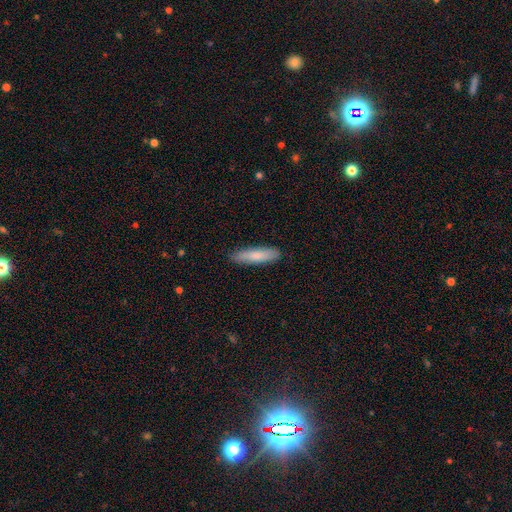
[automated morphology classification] Q: Smooth or featured?
A: smooth (80%); runner-up: featured or disk (15%)
Q: How rounded?
A: cigar-shaped (73%); runner-up: in between (25%)
Q: Merging?
A: none (87%); runner-up: minor disturbance (10%)